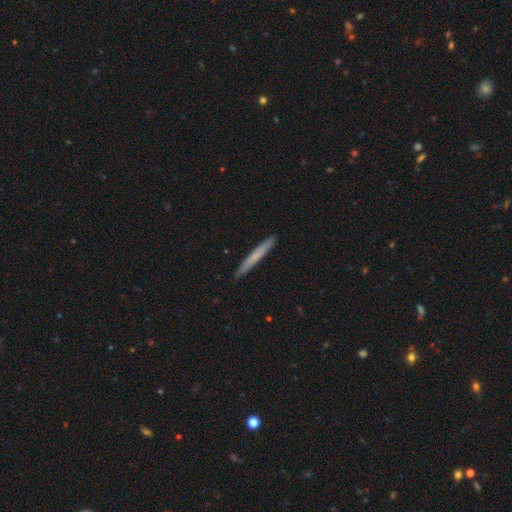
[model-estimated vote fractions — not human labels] Overall: smooth (62%; featured or disk 33%). How rounded: cigar-shaped (97%). Merging: none (92%).